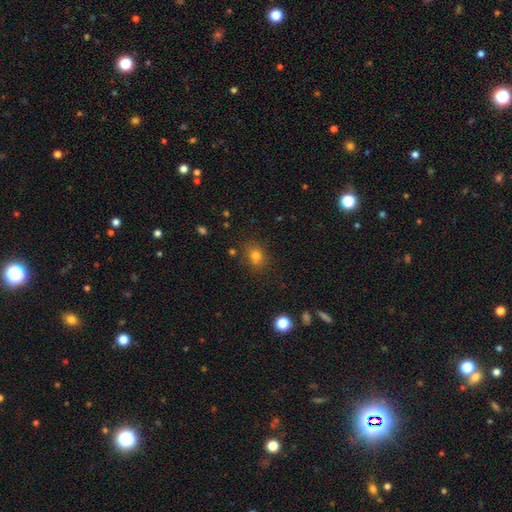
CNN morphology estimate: Smooth or featured? smooth (76%)
How rounded? round (56%)
Merging? none (78%)